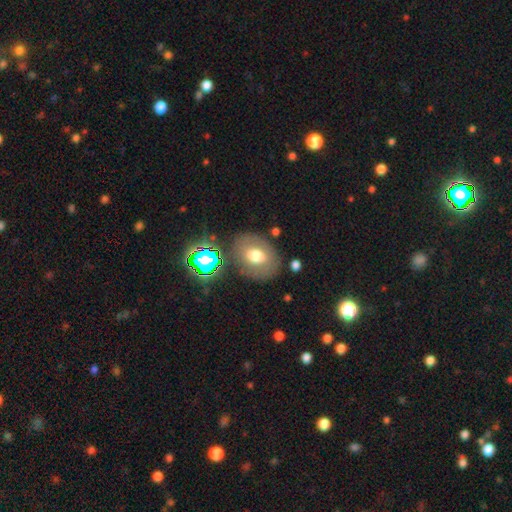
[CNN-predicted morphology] Overall: smooth (63%; featured or disk 25%). How rounded: in between (59%; round 40%). Merging: none (77%).